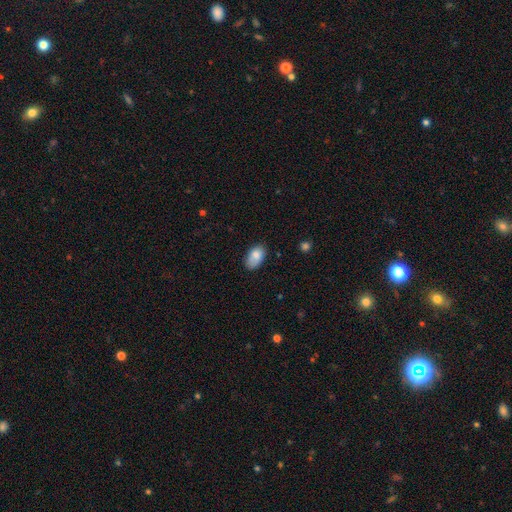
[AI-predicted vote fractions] Overall: smooth (81%). How rounded: in between (93%). Merging: none (65%; minor disturbance 27%).